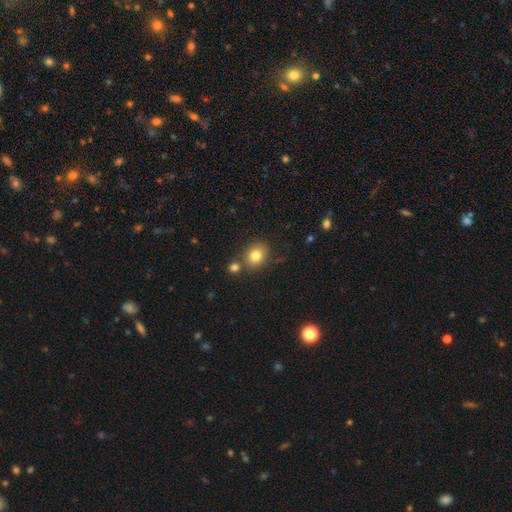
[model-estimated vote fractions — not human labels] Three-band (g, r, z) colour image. It shows a smooth galaxy with no disk features (80%) that is round (67%). Merging: none (73%).